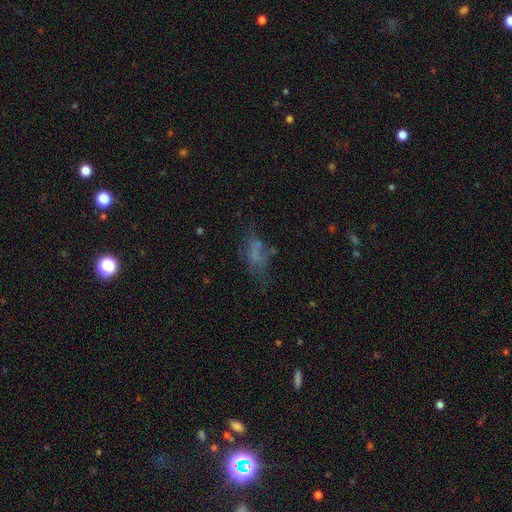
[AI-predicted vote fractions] Smooth or featured? Predicted: smooth (p=0.45). Merging? Predicted: none (p=0.40).